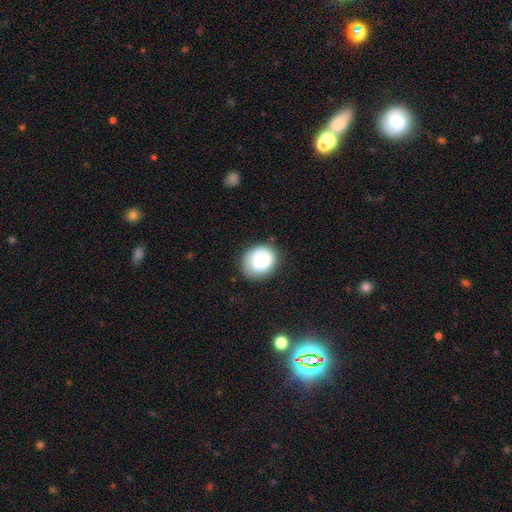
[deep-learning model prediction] This appears to be a smooth galaxy with no disk features (76%) that is round (65%). Merging: none (69%).